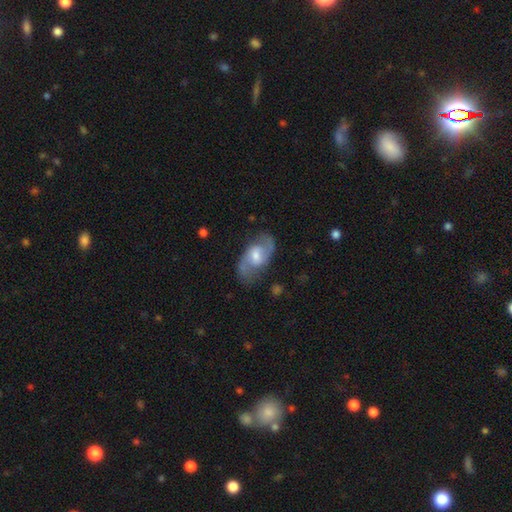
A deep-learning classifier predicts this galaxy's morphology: Smooth or featured? Predicted: featured or disk (p=0.79). Edge-on disk? Predicted: no (p=0.96). Bar? Predicted: weak (p=0.54). Spiral arms? Predicted: yes (p=0.92). Spiral winding? Predicted: medium (p=0.52). Spiral arm count? Predicted: 2 (p=0.90). Bulge size? Predicted: moderate (p=0.57). Merging? Predicted: none (p=0.76).